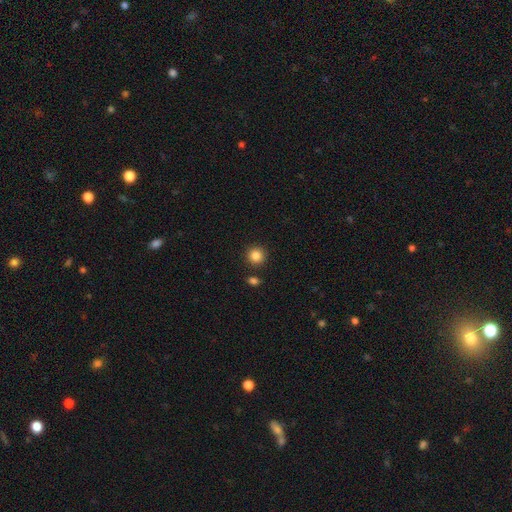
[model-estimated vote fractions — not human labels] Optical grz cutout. It shows a smooth galaxy with no disk features (86%) that is round (93%). Merging: none (88%).